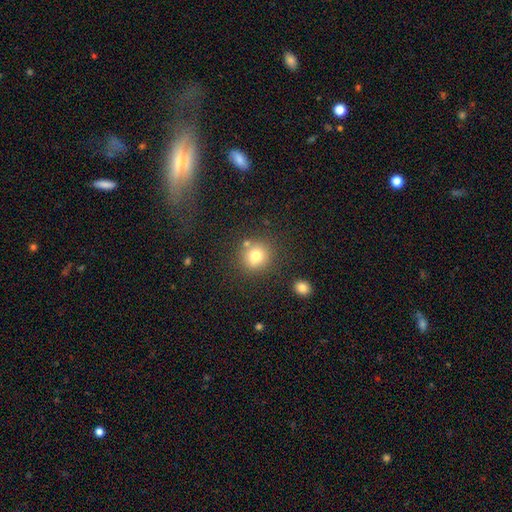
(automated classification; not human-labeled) Morphology: type=smooth (77%); roundness=round (88%); merging=none (77%).